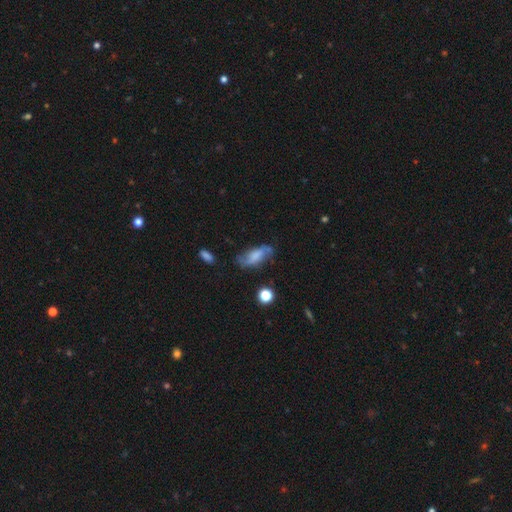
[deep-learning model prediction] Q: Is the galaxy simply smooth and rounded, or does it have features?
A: smooth — 54%.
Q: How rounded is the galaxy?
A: in between — 74%.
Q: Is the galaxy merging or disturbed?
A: none — 58%.